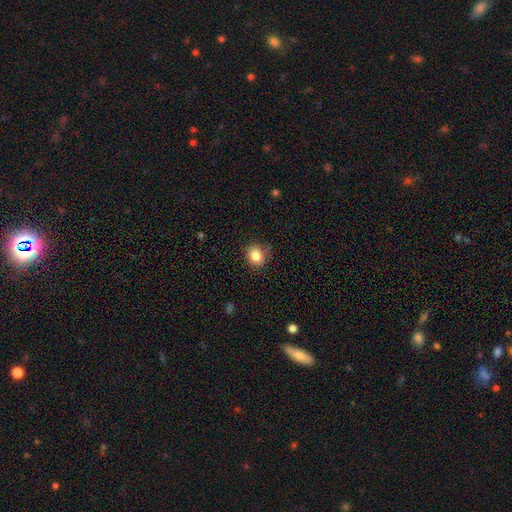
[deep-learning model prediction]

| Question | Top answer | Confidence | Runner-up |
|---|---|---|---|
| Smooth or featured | smooth | 84% | star or artifact (10%) |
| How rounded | round | 69% | in between (30%) |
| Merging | none | 78% | minor disturbance (17%) |